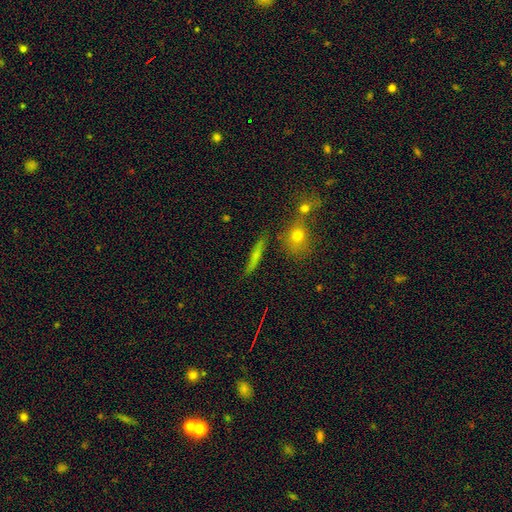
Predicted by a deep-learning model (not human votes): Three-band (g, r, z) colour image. It shows a smooth galaxy with no disk features (58%) that is cigar-shaped (84%). Merging: none (80%).